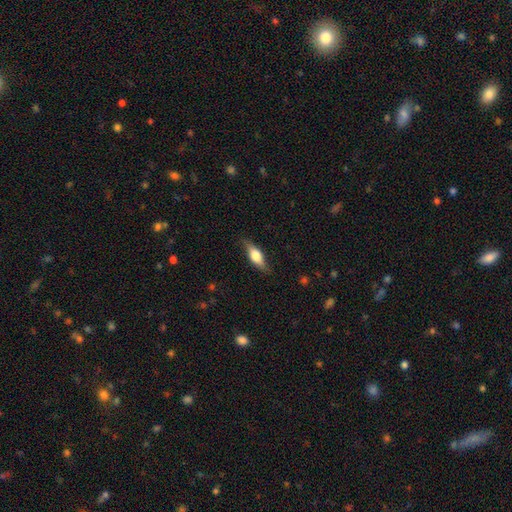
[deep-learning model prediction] Smooth or featured?
  - smooth: 56% *
  - featured or disk: 37%
  - star or artifact: 6%
How rounded?
  - in between: 64% *
  - cigar-shaped: 32%
  - round: 4%
Merging?
  - none: 80% *
  - minor disturbance: 15%
  - major disturbance: 3%
  - merger: 1%